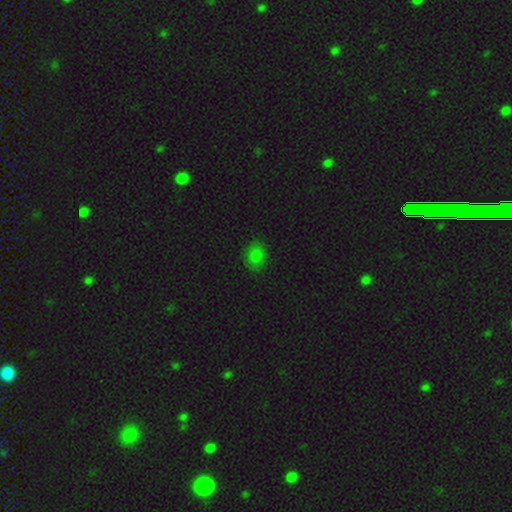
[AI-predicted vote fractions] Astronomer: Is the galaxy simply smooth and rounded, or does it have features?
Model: smooth — 79%.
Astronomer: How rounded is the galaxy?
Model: round — 53% (runner-up: in between, 46%).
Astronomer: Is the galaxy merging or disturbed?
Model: none — 84%.